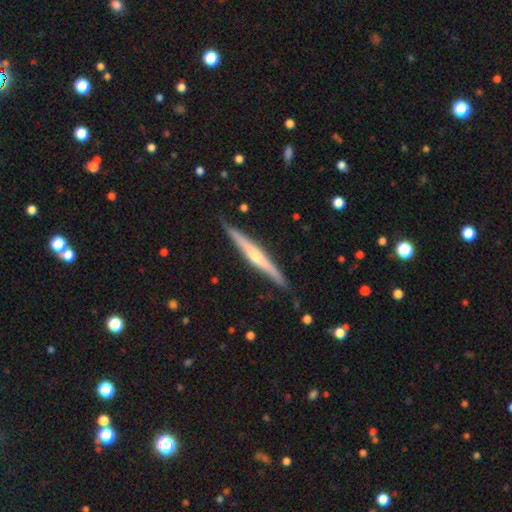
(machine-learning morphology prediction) This is likely a featured or disk galaxy (67%). It is clearly viewed edge-on (97%). Edge-on bulge: likely rounded (69%). Merging: clearly none (85%).